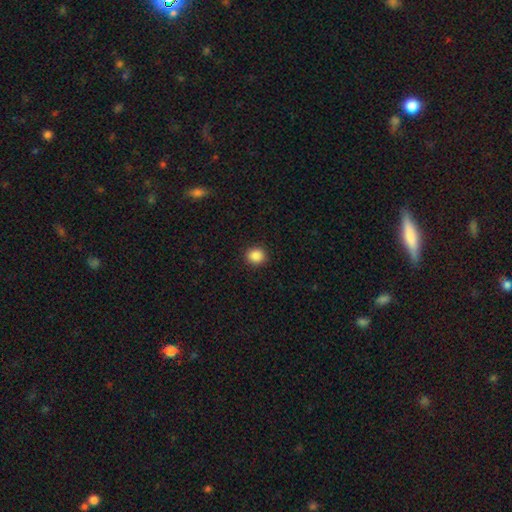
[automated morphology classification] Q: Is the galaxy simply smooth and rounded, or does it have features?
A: smooth — 88%.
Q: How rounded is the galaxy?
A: round — 88%.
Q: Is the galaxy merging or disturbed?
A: none — 92%.